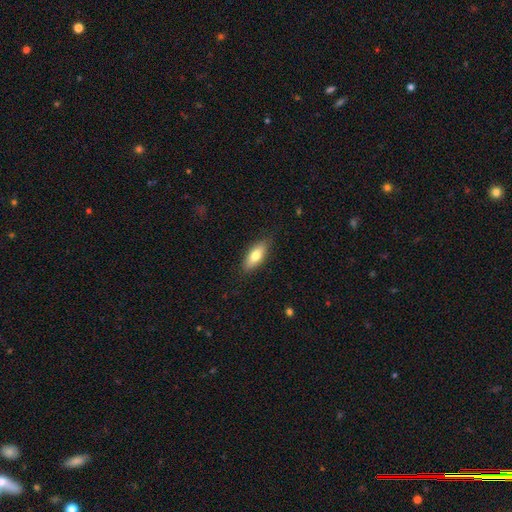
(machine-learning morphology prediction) smooth 71%, featured or disk 23%, star or artifact 6%. Down the decision tree: how rounded — in between (73%); merging — none (85%).